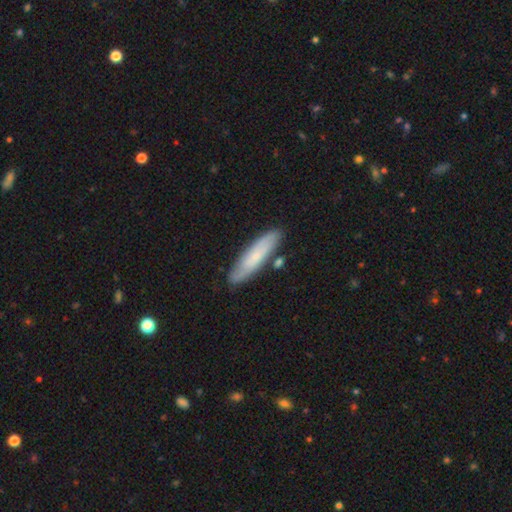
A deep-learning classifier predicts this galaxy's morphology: This appears to be a smooth galaxy with no disk features (64%) that is cigar-shaped (76%). Merging: none (82%).